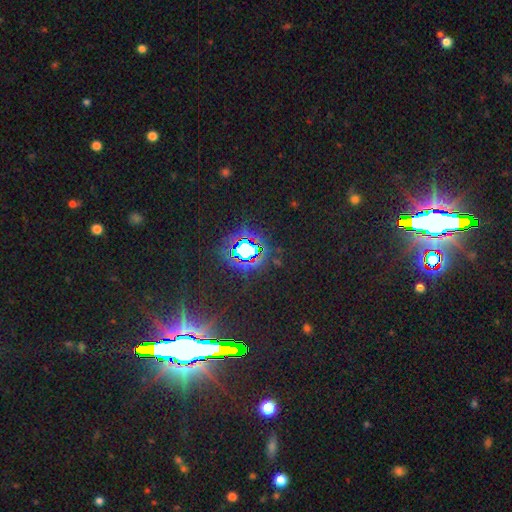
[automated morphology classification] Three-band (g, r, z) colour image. It shows a star or artifact, not a galaxy (84%).